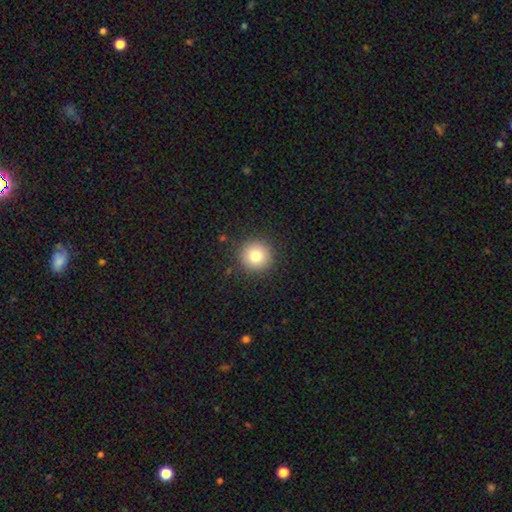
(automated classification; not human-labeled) smooth_or_featured: smooth (p=0.81) [alt: star or artifact p=0.10]
how_rounded: round (p=0.95) [alt: in between p=0.04]
merging: none (p=0.91) [alt: minor disturbance p=0.06]